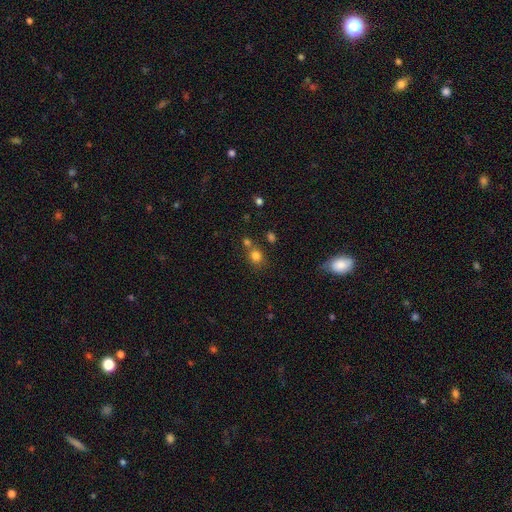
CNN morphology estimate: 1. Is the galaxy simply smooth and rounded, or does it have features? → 79% smooth, 14% star or artifact, 7% featured or disk.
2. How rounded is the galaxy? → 74% round, 25% in between, 1% cigar-shaped.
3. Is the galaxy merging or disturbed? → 60% none, 26% merger, 11% minor disturbance, 4% major disturbance.